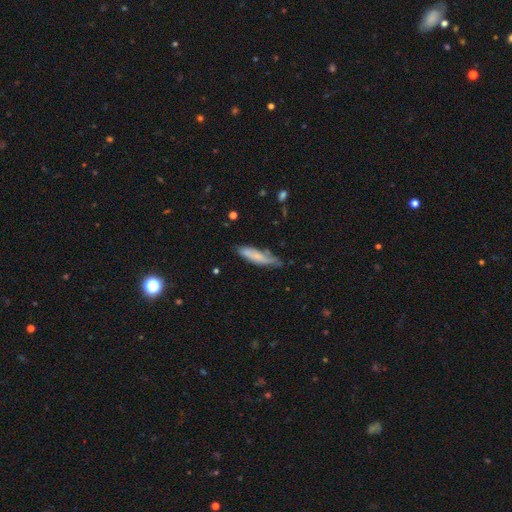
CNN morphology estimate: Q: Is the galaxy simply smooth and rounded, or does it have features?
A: smooth — 66%.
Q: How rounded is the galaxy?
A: cigar-shaped — 70%.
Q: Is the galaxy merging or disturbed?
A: none — 58%.